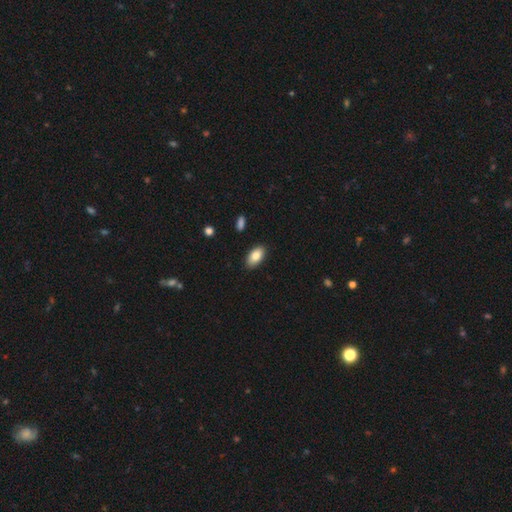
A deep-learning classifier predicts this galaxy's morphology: Smooth or featured? Predicted: smooth (p=0.85). How rounded? Predicted: in between (p=0.94). Merging? Predicted: none (p=0.88).